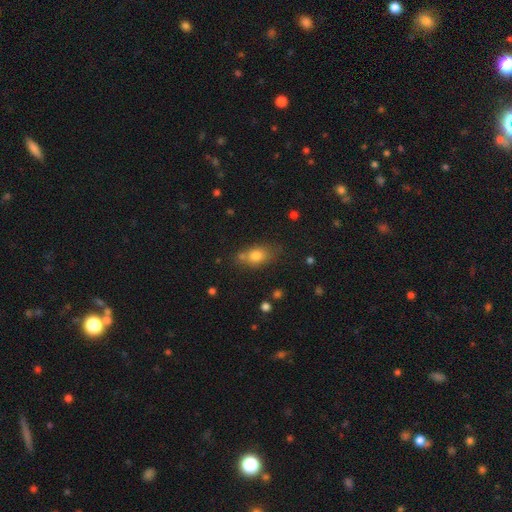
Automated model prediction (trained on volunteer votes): Overall: smooth (76%). How rounded: in between (73%). Merging: none (63%).